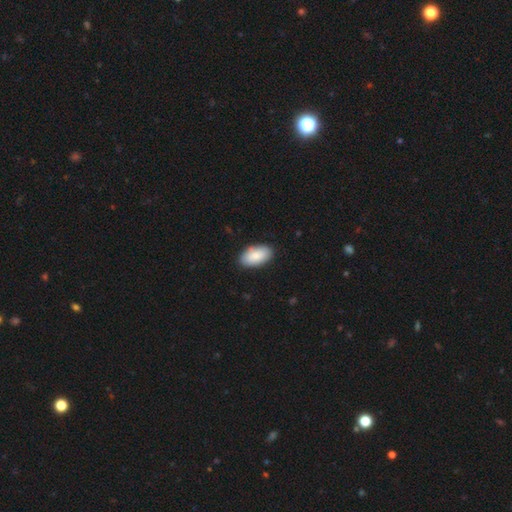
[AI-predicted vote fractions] Q: Smooth or featured?
A: smooth (85%); runner-up: featured or disk (10%)
Q: How rounded?
A: in between (95%); runner-up: round (3%)
Q: Merging?
A: none (86%); runner-up: minor disturbance (11%)